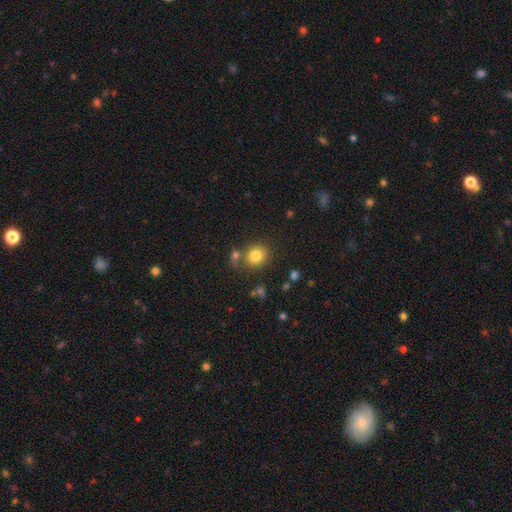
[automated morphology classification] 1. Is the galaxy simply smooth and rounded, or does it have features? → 81% smooth, 11% star or artifact, 8% featured or disk.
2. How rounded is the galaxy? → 80% round, 19% in between, 1% cigar-shaped.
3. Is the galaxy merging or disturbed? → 70% none, 15% merger, 11% minor disturbance, 4% major disturbance.